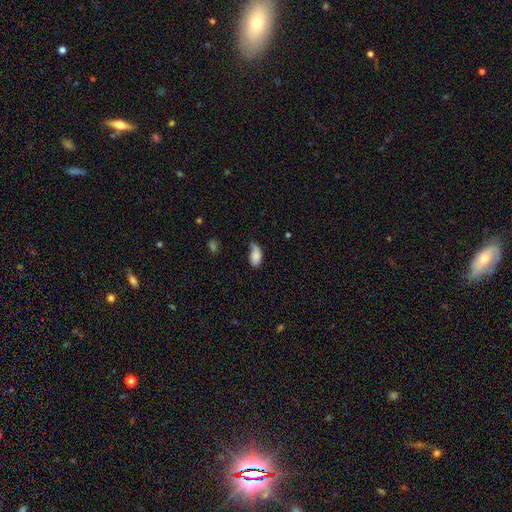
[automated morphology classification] smooth-or-featured: smooth: 77% | featured or disk: 15% | star or artifact: 8%
  how-rounded: in between: 92% | round: 4% | cigar-shaped: 4%
  merging: minor disturbance: 37% | none: 36% | major disturbance: 23% | merger: 4%